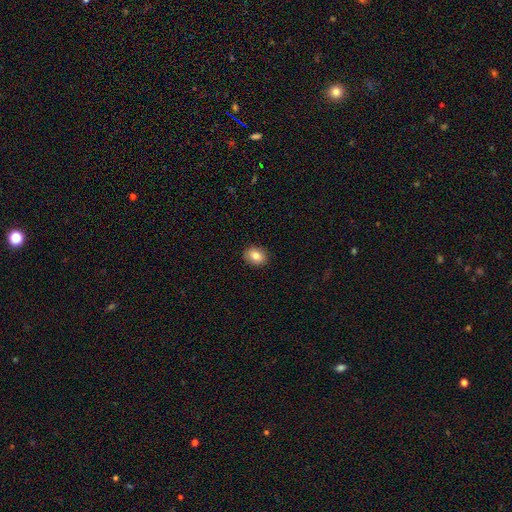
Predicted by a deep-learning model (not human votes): smooth 83%, star or artifact 9%, featured or disk 8%. Down the decision tree: how rounded — in between (54%); merging — none (91%).